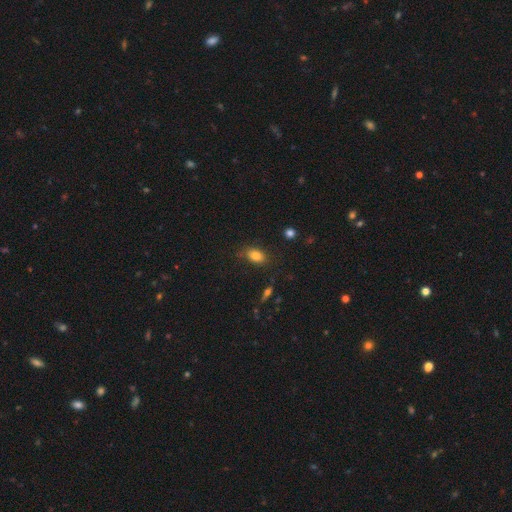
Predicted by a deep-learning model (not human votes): The model was most divided on "merging": none: 75%, minor disturbance: 18%, major disturbance: 5%, merger: 2%. More confident: how rounded — in between (82%); smooth or featured — smooth (81%).